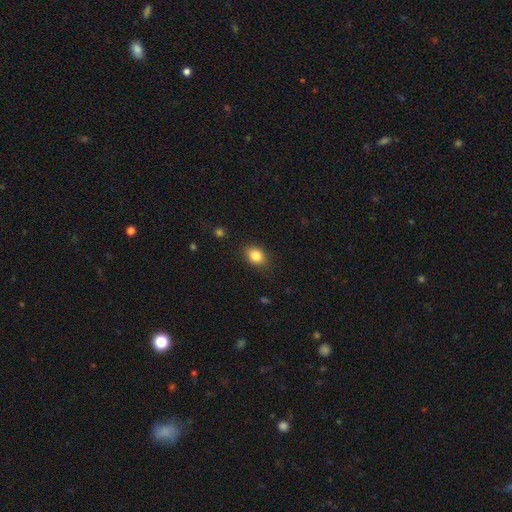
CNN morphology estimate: The model was most divided on "how rounded": in between: 62%, round: 37%, cigar-shaped: 1%. More confident: merging — none (85%); smooth or featured — smooth (84%).